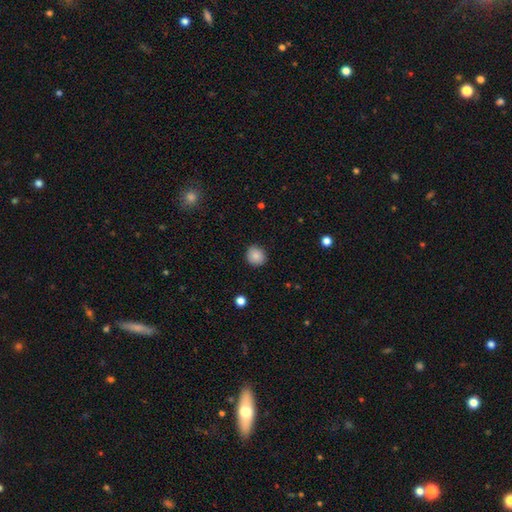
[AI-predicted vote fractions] The model was most divided on "how rounded": round: 88%, in between: 11%, cigar-shaped: 1%. More confident: merging — none (89%); smooth or featured — smooth (85%).